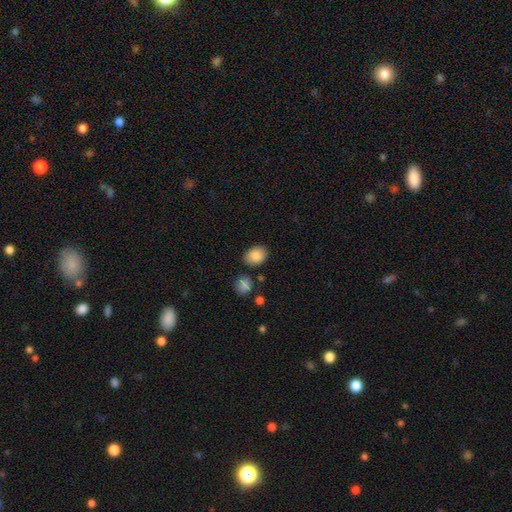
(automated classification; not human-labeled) Q: Smooth or featured?
A: smooth (86%); runner-up: star or artifact (8%)
Q: How rounded?
A: in between (69%); runner-up: round (30%)
Q: Merging?
A: none (81%); runner-up: minor disturbance (12%)